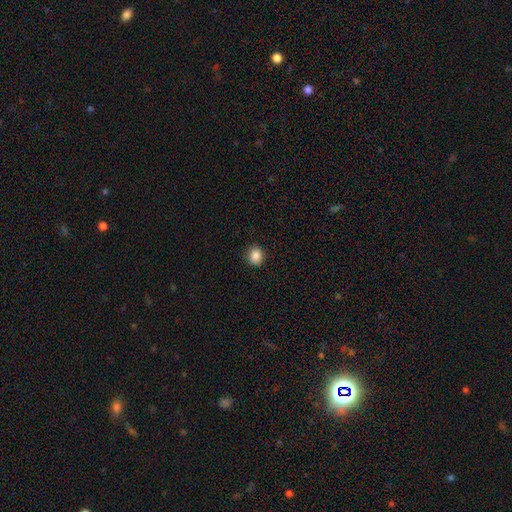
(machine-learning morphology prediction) Overall: smooth (87%). How rounded: round (79%). Merging: none (91%).